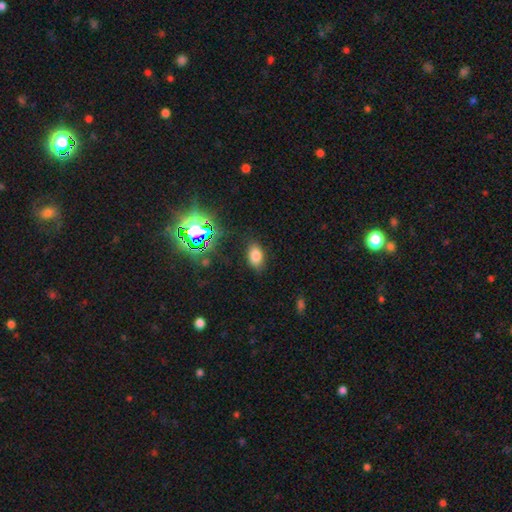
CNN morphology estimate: Overall: smooth (73%). How rounded: in between (88%). Merging: none (84%).